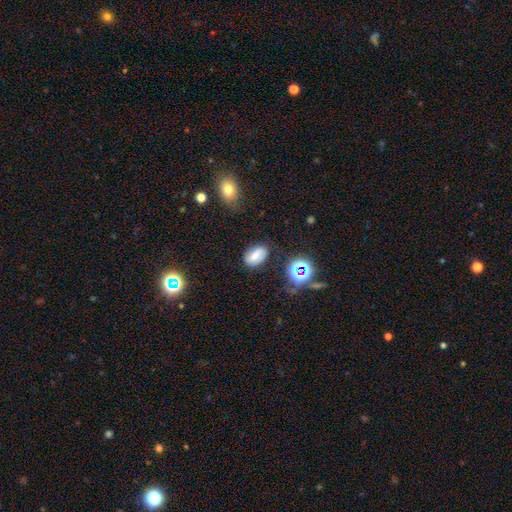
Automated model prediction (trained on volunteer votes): Q: Smooth or featured?
A: smooth (56%); runner-up: featured or disk (28%)
Q: How rounded?
A: in between (83%); runner-up: round (15%)
Q: Merging?
A: none (76%); runner-up: minor disturbance (17%)